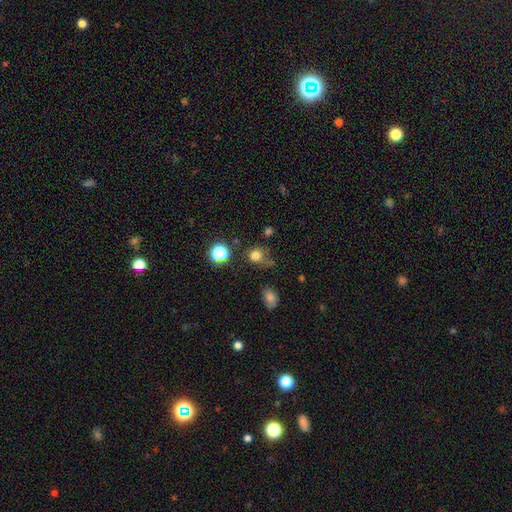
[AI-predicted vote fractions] Smooth or featured?
  - smooth: 75% *
  - star or artifact: 18%
  - featured or disk: 7%
How rounded?
  - round: 79% *
  - in between: 19%
  - cigar-shaped: 1%
Merging?
  - none: 57% *
  - minor disturbance: 24%
  - major disturbance: 12%
  - merger: 7%